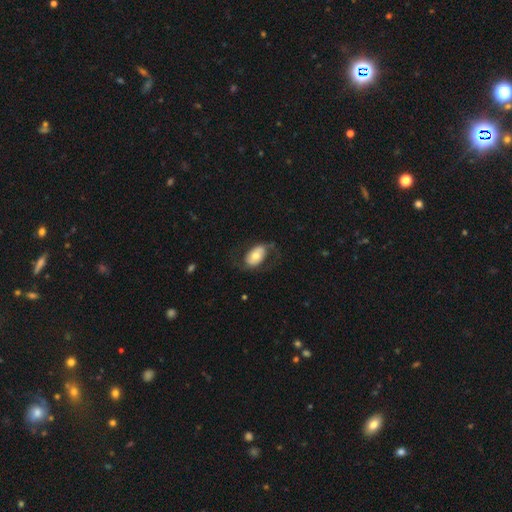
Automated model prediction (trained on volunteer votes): The model was most divided on "smooth or featured": featured or disk: 49%, smooth: 45%, star or artifact: 6%. More confident: merging — none (62%).